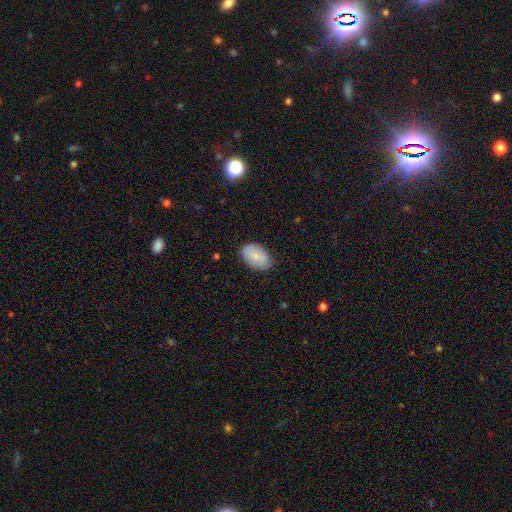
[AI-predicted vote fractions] This is likely a smooth galaxy (76%). How rounded: clearly in between (91%). Merging: clearly none (82%).